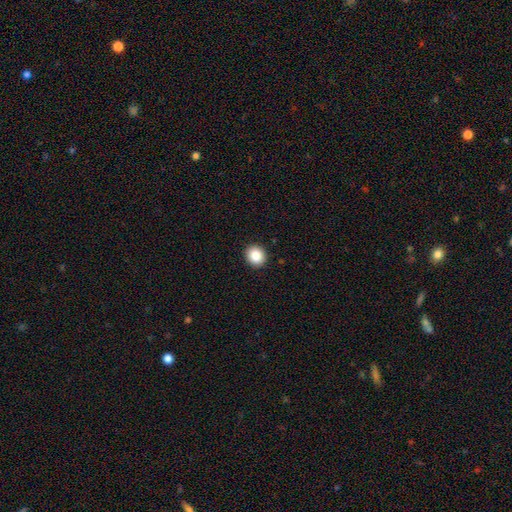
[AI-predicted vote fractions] Smooth or featured?
  - smooth: 87% *
  - star or artifact: 9%
  - featured or disk: 4%
How rounded?
  - round: 82% *
  - in between: 17%
  - cigar-shaped: 1%
Merging?
  - none: 92% *
  - minor disturbance: 5%
  - major disturbance: 2%
  - merger: 1%